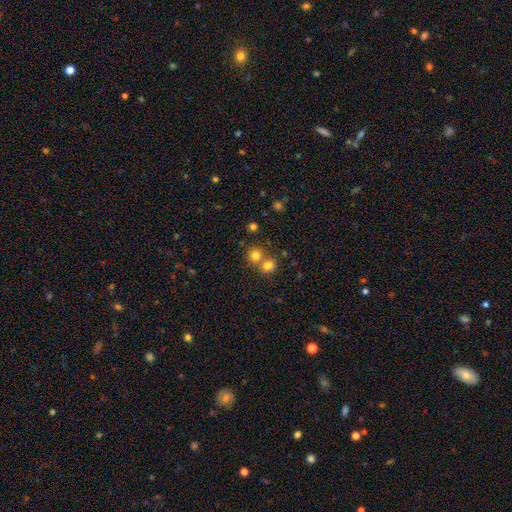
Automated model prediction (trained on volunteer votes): This appears to be a smooth galaxy with no disk features (77%) that is round (86%). Merging: none (51%).